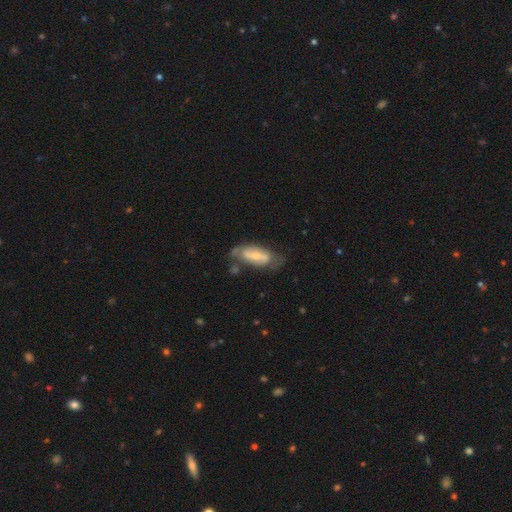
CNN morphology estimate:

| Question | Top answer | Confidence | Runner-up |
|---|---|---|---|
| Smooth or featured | featured or disk | 66% | smooth (28%) |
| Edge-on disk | no | 88% | yes (12%) |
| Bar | strong | 41% | weak (36%) |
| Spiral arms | yes | 69% | no (31%) |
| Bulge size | moderate | 48% | small (46%) |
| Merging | none | 55% | minor disturbance (26%) |